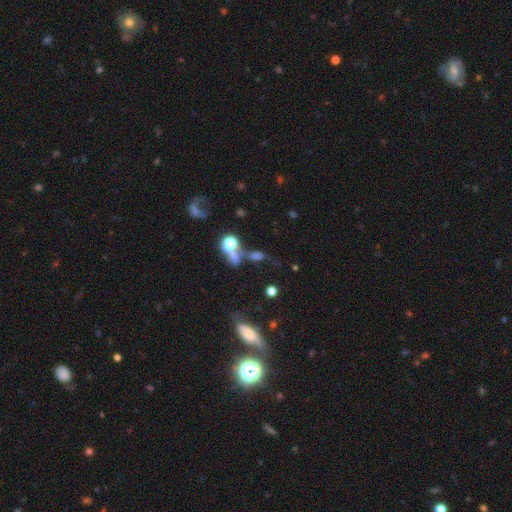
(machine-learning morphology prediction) smooth-or-featured: smooth: 41% | star or artifact: 33% | featured or disk: 26%
  merging: none: 45% | merger: 29% | minor disturbance: 14% | major disturbance: 13%